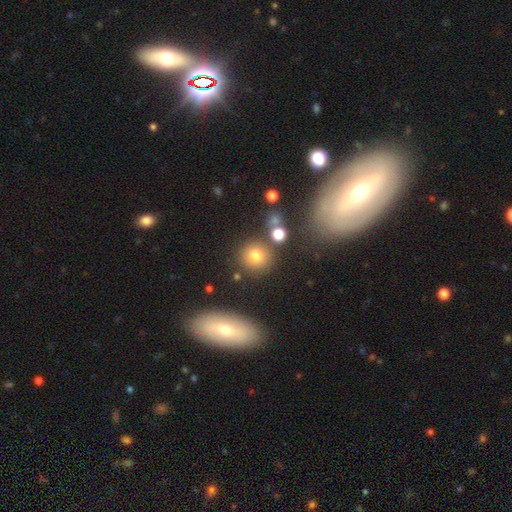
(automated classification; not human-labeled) Smooth or featured: smooth — 75% (star or artifact — 15%)
How rounded: round — 89% (in between — 10%)
Merging: none — 78% (minor disturbance — 9%)